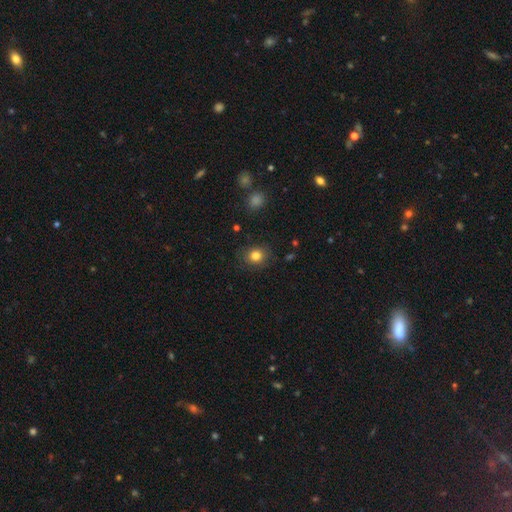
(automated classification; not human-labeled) This appears to be a smooth galaxy with no disk features (82%) that is round (70%). Merging: none (84%).